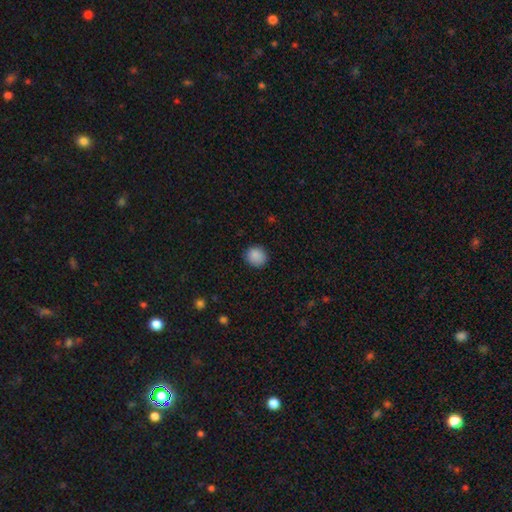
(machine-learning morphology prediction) type=smooth (88%); roundness=round (83%); merging=none (87%).